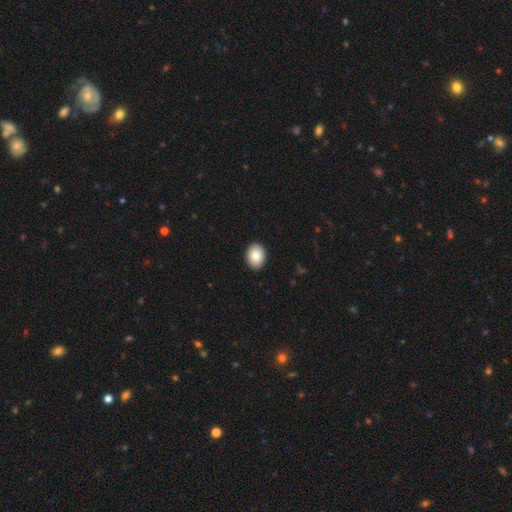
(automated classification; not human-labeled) Smooth or featured?
  - smooth: 85% *
  - featured or disk: 8%
  - star or artifact: 7%
How rounded?
  - in between: 67% *
  - round: 32%
  - cigar-shaped: 1%
Merging?
  - none: 92% *
  - minor disturbance: 6%
  - major disturbance: 1%
  - merger: 1%